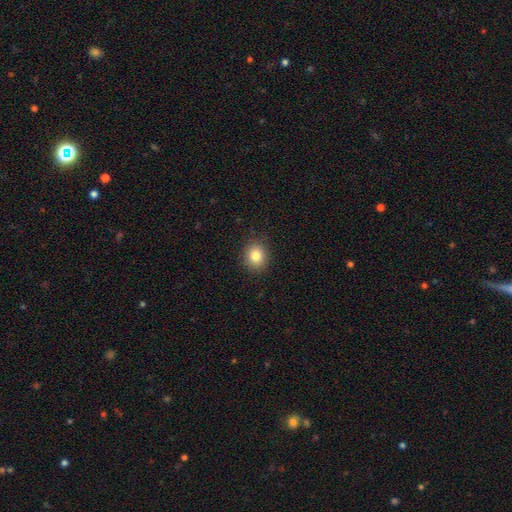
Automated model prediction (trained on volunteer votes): A smooth galaxy with no disk features (82%) that is round (72%). Merging: none (89%).